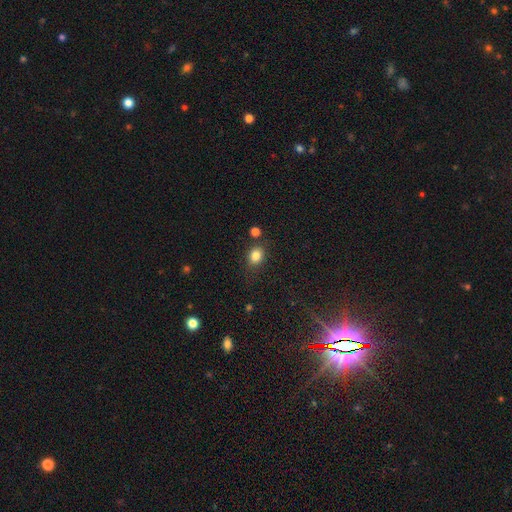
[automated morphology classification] Smooth or featured? Predicted: smooth (p=0.83). How rounded? Predicted: in between (p=0.54). Merging? Predicted: none (p=0.73).